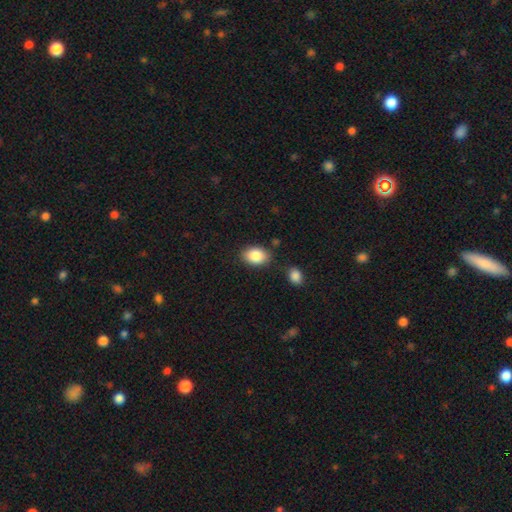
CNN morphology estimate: This is clearly a smooth galaxy (87%). How rounded: clearly in between (80%). Merging: likely none (78%).